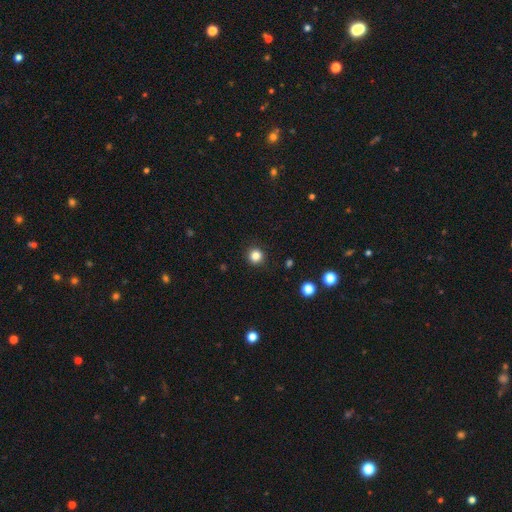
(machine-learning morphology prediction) Smooth or featured?
  - smooth: 84% *
  - star or artifact: 12%
  - featured or disk: 4%
How rounded?
  - round: 93% *
  - in between: 6%
  - cigar-shaped: 1%
Merging?
  - none: 92% *
  - minor disturbance: 5%
  - major disturbance: 2%
  - merger: 1%